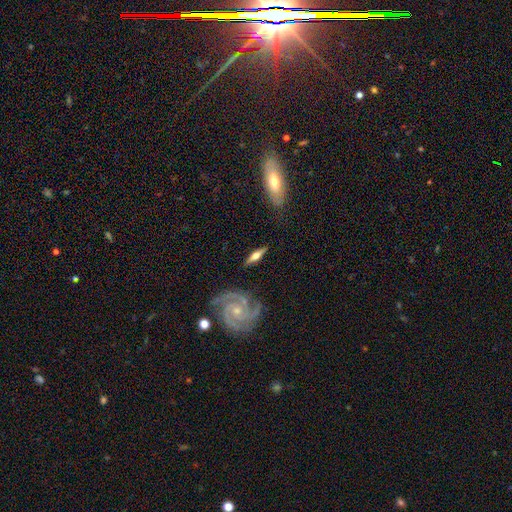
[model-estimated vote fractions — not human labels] featured or disk 70%, smooth 25%, star or artifact 5%. Down the decision tree: edge-on disk — yes (75%); edge-on bulge — rounded (92%); merging — none (81%).